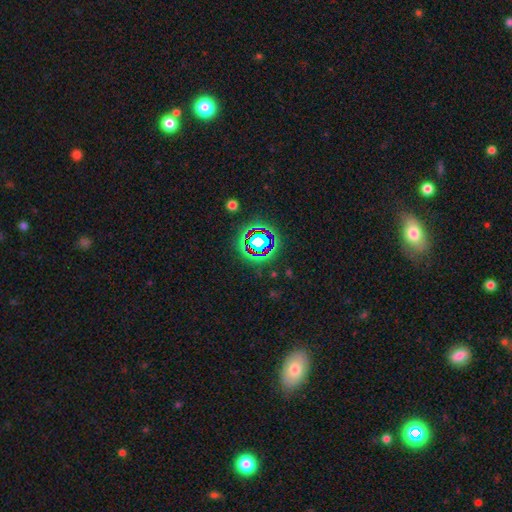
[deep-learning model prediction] Smooth or featured?
  - star or artifact: 63% *
  - smooth: 24%
  - featured or disk: 14%